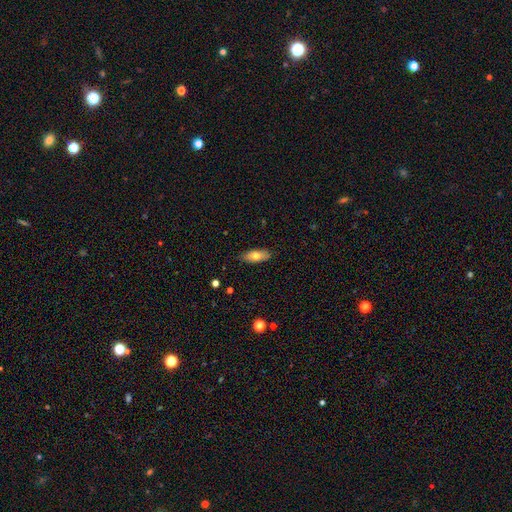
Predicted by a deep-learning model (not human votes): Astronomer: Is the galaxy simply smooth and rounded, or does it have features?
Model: smooth — 71%.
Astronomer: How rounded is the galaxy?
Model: in between — 81%.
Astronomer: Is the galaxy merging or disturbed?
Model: none — 86%.